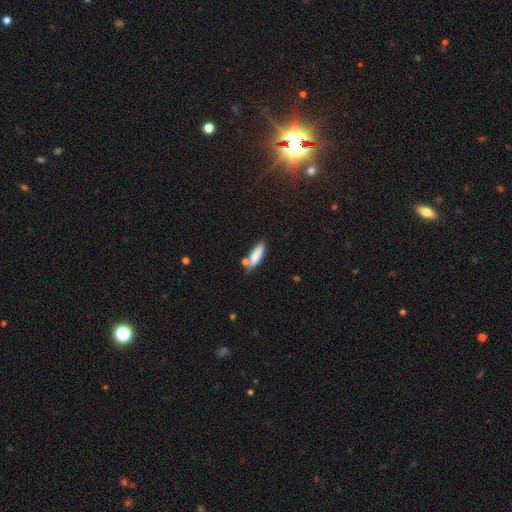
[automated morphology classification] A smooth galaxy with no disk features (84%) that is in between round and cigar-shaped (51%).

Vote fractions:
- Smooth or featured? smooth: 84% / featured or disk: 9% / star or artifact: 7%
- How rounded? in between: 51% / cigar-shaped: 47% / round: 2%
- Merging? none: 64% / minor disturbance: 18% / merger: 14% / major disturbance: 4%